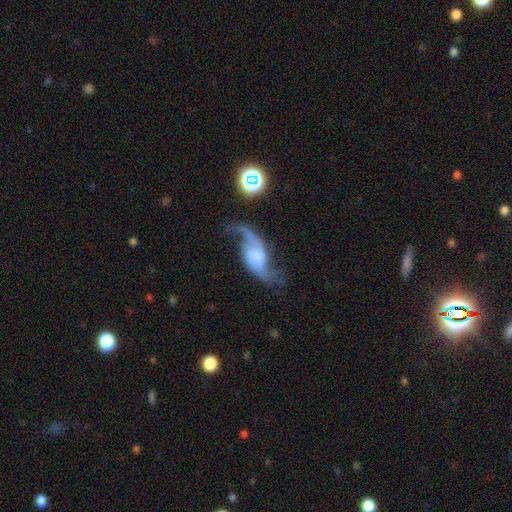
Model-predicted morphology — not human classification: smooth-or-featured: featured or disk: 84% | smooth: 8% | star or artifact: 7%
  disk-edge-on: no: 96% | yes: 4%
    bar: no: 51% | weak: 36% | strong: 14%
    has-spiral-arms: yes: 96% | no: 4%
      spiral-winding: loose: 83% | medium: 14% | tight: 3%
      spiral-arm-count: 2: 91% | 1: 4% | can't tell: 2% | 3: 1% | 4: 1% | more than 4: 1%
    bulge-size: none: 55% | small: 21% | moderate: 11% | large: 9% | dominant: 4%
  merging: none: 58% | minor disturbance: 19% | major disturbance: 18% | merger: 4%